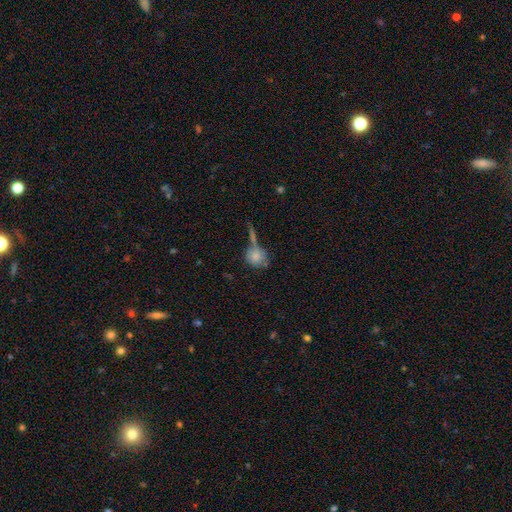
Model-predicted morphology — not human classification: type=smooth (79%); roundness=round (80%); merging=none (51%).